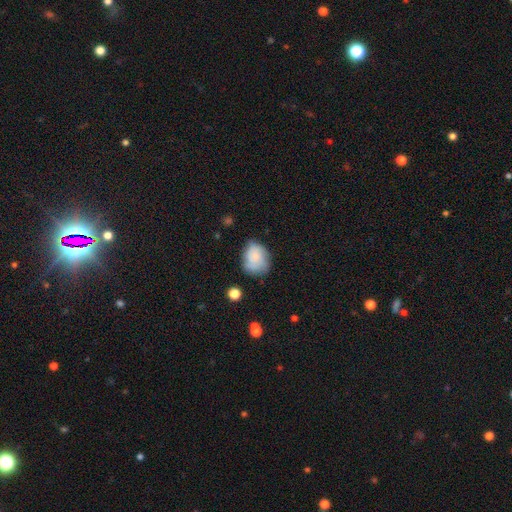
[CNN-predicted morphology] A smooth galaxy with no disk features (66%) that is in between round and cigar-shaped (52%).

Vote fractions:
- Smooth or featured? smooth: 66% / featured or disk: 25% / star or artifact: 9%
- How rounded? in between: 52% / round: 46% / cigar-shaped: 1%
- Merging? none: 54% / minor disturbance: 31% / major disturbance: 11% / merger: 4%